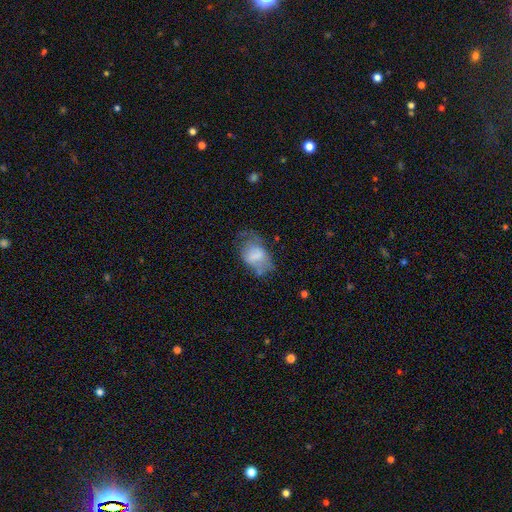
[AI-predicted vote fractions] smooth-or-featured: smooth: 59% | featured or disk: 33% | star or artifact: 9%
  how-rounded: in between: 84% | round: 15% | cigar-shaped: 1%
  merging: none: 33% | minor disturbance: 32% | major disturbance: 30% | merger: 5%